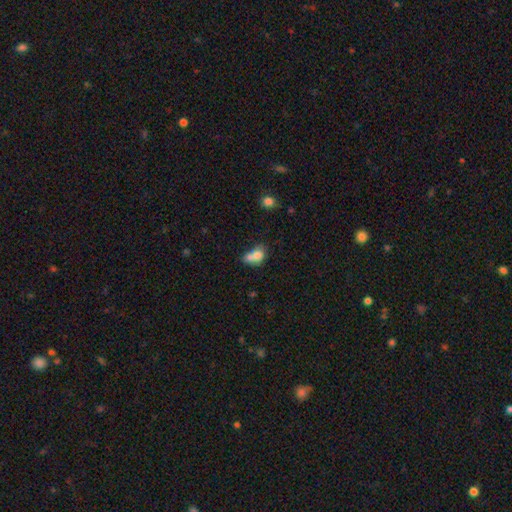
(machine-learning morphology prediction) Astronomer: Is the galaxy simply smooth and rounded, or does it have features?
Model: smooth — 72%.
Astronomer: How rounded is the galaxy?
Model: in between — 60% (runner-up: round, 38%).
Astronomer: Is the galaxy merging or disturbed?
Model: merger — 64%.